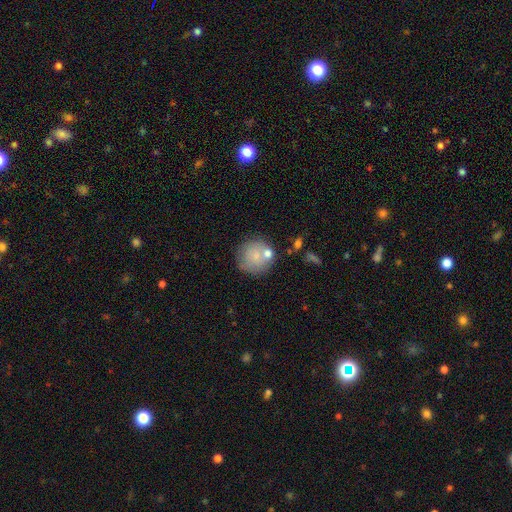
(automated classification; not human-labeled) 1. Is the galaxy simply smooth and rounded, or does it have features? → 71% smooth, 20% featured or disk, 8% star or artifact.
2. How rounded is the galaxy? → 91% round, 8% in between, 1% cigar-shaped.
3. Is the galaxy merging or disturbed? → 63% none, 16% merger, 15% minor disturbance, 5% major disturbance.